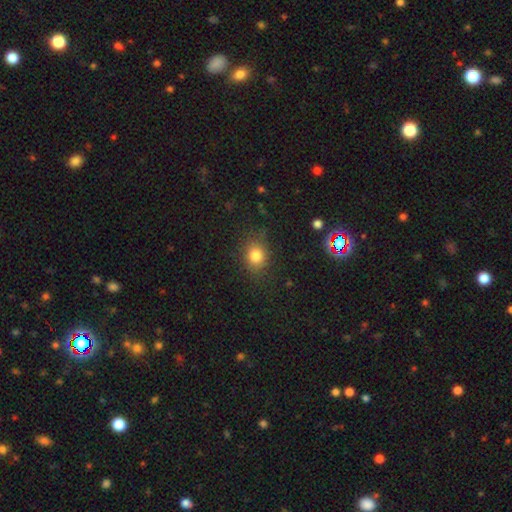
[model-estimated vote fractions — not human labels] A smooth galaxy with no disk features (80%) that is round (60%). Merging: none (79%).